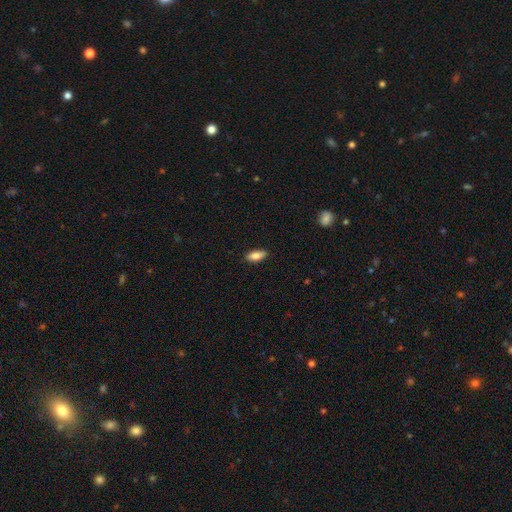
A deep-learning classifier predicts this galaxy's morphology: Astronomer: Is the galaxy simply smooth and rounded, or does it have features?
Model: smooth — 83%.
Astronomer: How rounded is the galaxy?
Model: in between — 81%.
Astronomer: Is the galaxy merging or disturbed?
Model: none — 87%.